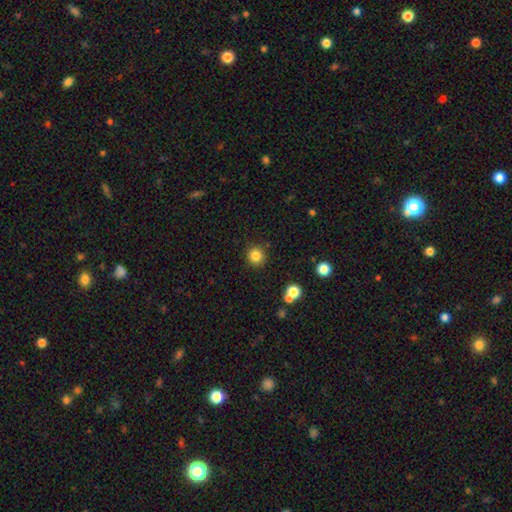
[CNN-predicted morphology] Overall: smooth (84%). How rounded: round (93%). Merging: none (89%).